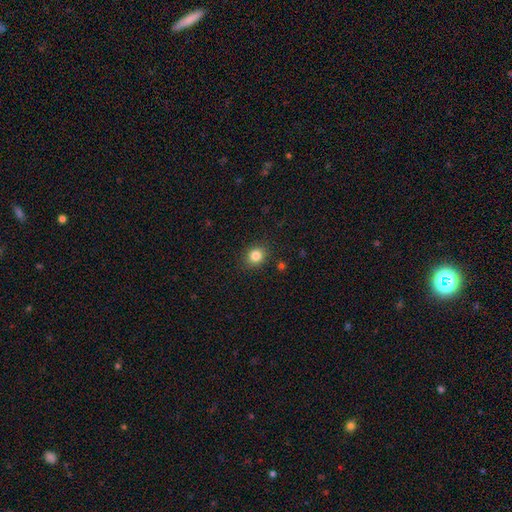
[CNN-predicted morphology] smooth 84%, star or artifact 11%, featured or disk 5%. Down the decision tree: how rounded — round (73%); merging — none (88%).